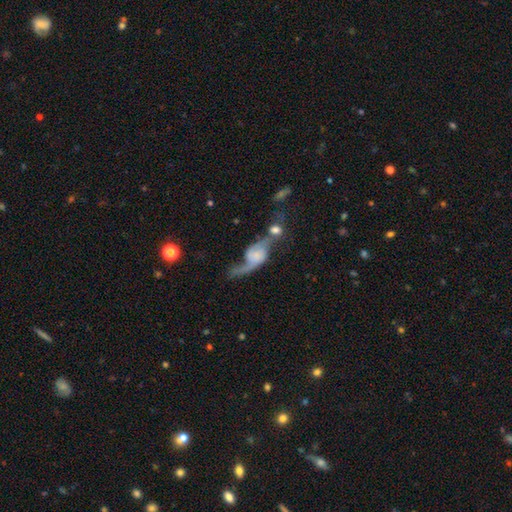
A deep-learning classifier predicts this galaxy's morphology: The model was most divided on "merging": merger: 34%, none: 28%, major disturbance: 23%, minor disturbance: 16%. Remaining: edge-on disk — no (89%); spiral arms — yes (88%); spiral winding — loose (84%); spiral arm count — 2 (83%); smooth or featured — featured or disk (74%); bar — no (66%); bulge size — none (45%).